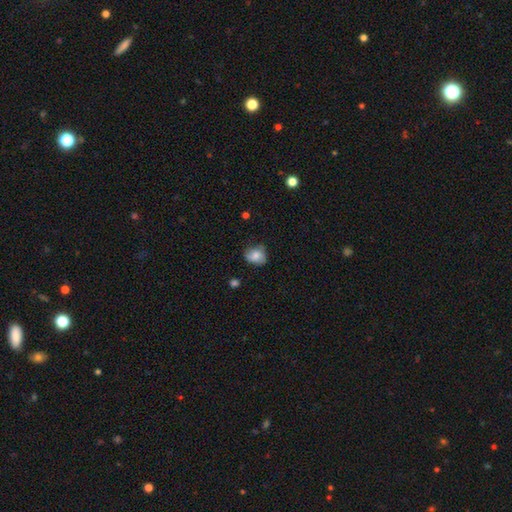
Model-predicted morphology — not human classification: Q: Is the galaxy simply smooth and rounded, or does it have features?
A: smooth — 71%.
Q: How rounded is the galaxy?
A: round — 54%.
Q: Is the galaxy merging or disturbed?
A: none — 64%.